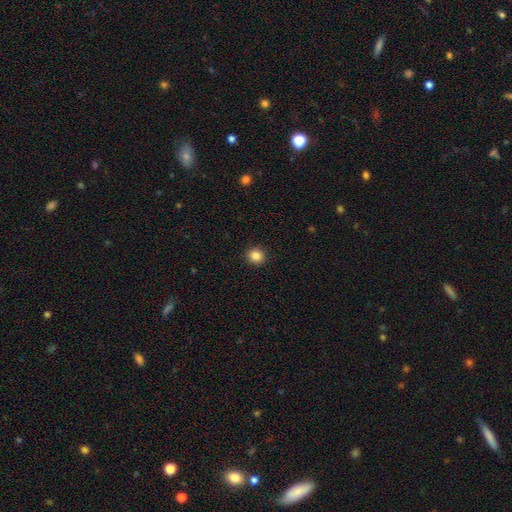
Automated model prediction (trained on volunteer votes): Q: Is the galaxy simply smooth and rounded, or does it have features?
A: smooth — 86%.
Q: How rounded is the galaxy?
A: round — 92%.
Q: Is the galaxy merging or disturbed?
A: none — 92%.